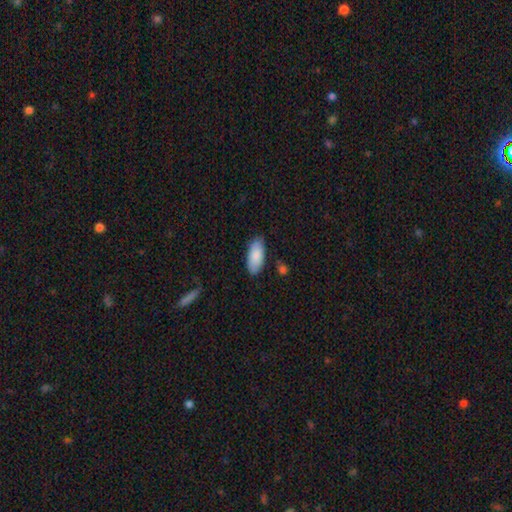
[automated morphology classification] The model was most divided on "merging": none: 82%, minor disturbance: 13%, major disturbance: 2%, merger: 2%. More confident: how rounded — in between (90%); smooth or featured — smooth (86%).